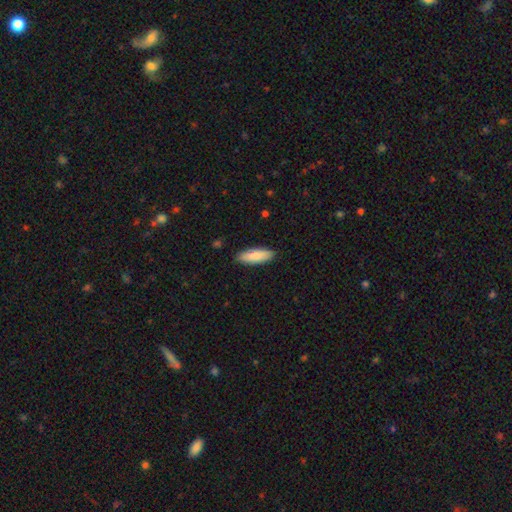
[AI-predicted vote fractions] Smooth or featured? Predicted: smooth (p=0.85). How rounded? Predicted: in between (p=0.55). Merging? Predicted: none (p=0.89).